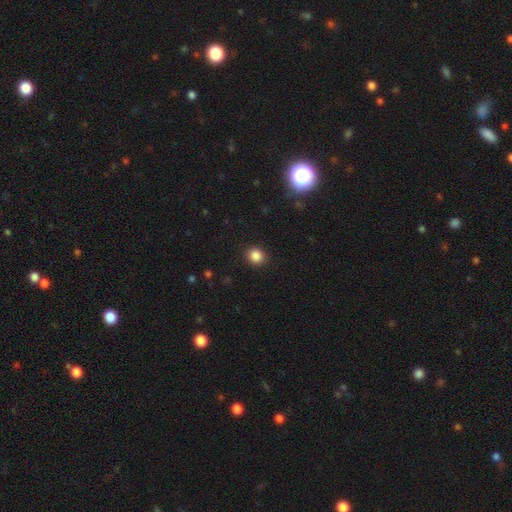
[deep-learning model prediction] A smooth galaxy with no disk features (86%) that is round (83%).

Vote fractions:
- Smooth or featured? smooth: 86% / star or artifact: 11% / featured or disk: 3%
- How rounded? round: 83% / in between: 16% / cigar-shaped: 1%
- Merging? none: 91% / minor disturbance: 6% / major disturbance: 2% / merger: 1%